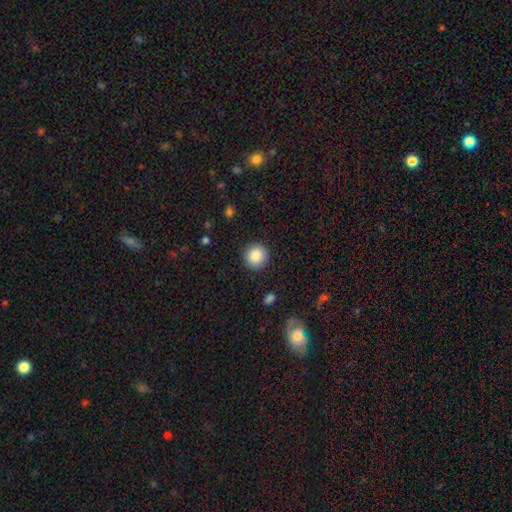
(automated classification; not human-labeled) Smooth or featured?
  - smooth: 87% *
  - star or artifact: 9%
  - featured or disk: 4%
How rounded?
  - round: 94% *
  - in between: 5%
  - cigar-shaped: 1%
Merging?
  - none: 91% *
  - minor disturbance: 6%
  - major disturbance: 2%
  - merger: 1%